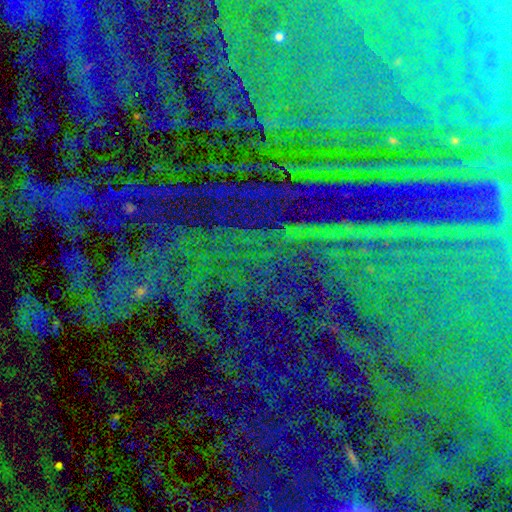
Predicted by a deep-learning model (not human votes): Smooth or featured? star or artifact (87%)